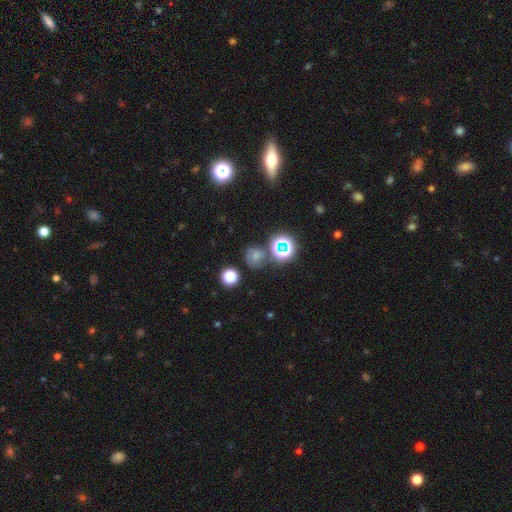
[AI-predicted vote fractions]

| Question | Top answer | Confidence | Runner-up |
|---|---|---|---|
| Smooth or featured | smooth | 55% | star or artifact (33%) |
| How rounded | round | 79% | in between (20%) |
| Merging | none | 69% | minor disturbance (14%) |